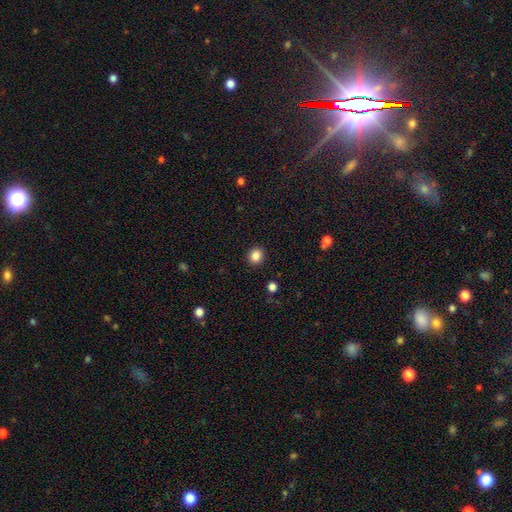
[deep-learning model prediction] Smooth or featured?
  - smooth: 86% *
  - star or artifact: 11%
  - featured or disk: 4%
How rounded?
  - round: 82% *
  - in between: 17%
  - cigar-shaped: 1%
Merging?
  - none: 92% *
  - minor disturbance: 5%
  - major disturbance: 2%
  - merger: 1%